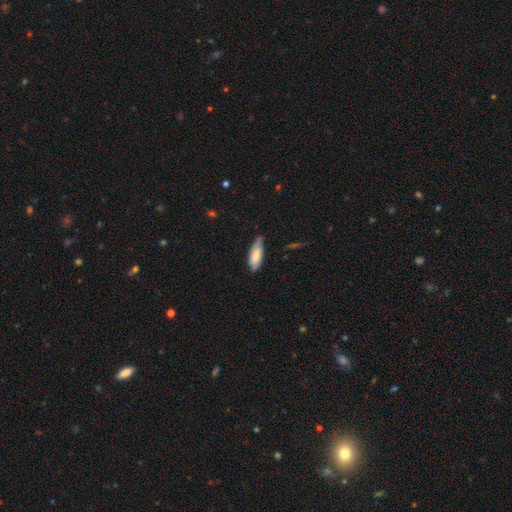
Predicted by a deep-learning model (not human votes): Smooth or featured?
  - smooth: 73% *
  - featured or disk: 22%
  - star or artifact: 6%
How rounded?
  - in between: 70% *
  - cigar-shaped: 28%
  - round: 2%
Merging?
  - none: 58% *
  - minor disturbance: 34%
  - major disturbance: 6%
  - merger: 2%